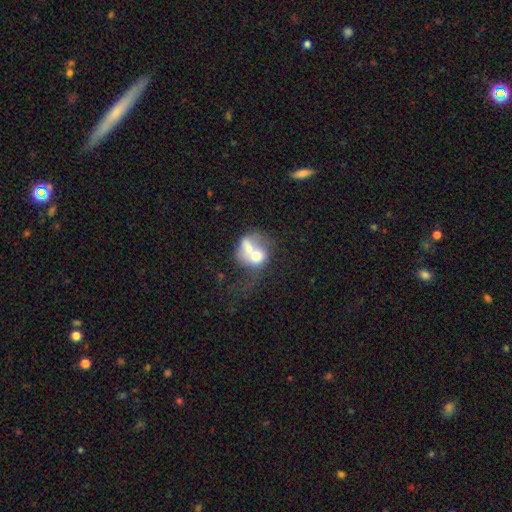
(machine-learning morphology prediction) A smooth galaxy with no disk features (56%) that is round (62%).

Vote fractions:
- Smooth or featured? smooth: 56% / featured or disk: 35% / star or artifact: 9%
- How rounded? round: 62% / in between: 37% / cigar-shaped: 1%
- Merging? merger: 72% / none: 11% / major disturbance: 10% / minor disturbance: 6%